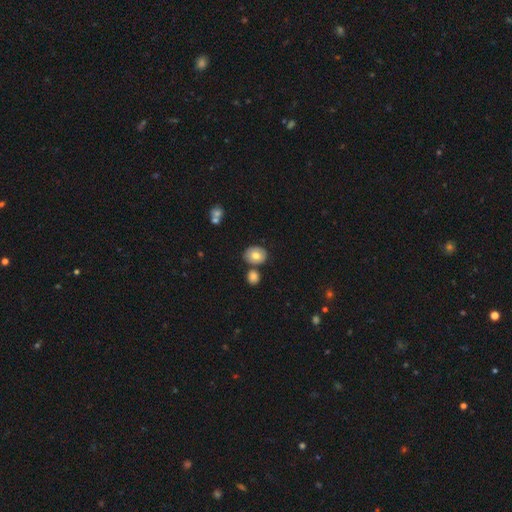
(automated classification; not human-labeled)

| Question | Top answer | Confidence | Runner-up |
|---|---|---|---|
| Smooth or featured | smooth | 75% | featured or disk (16%) |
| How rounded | round | 51% | in between (48%) |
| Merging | none | 72% | merger (14%) |